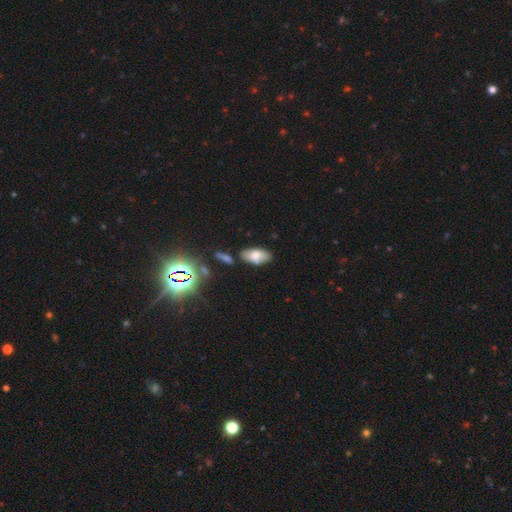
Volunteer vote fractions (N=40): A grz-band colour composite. It shows a smooth galaxy with no disk features (60%) that is in between round and cigar-shaped (79%). Merging: none (72%).